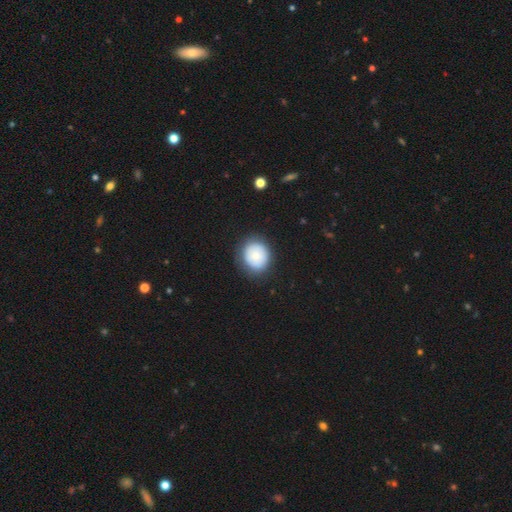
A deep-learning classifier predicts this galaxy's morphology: smooth-or-featured: smooth: 77% | featured or disk: 15% | star or artifact: 8%
  how-rounded: round: 77% | in between: 22% | cigar-shaped: 1%
  merging: none: 82% | minor disturbance: 14% | major disturbance: 4% | merger: 1%